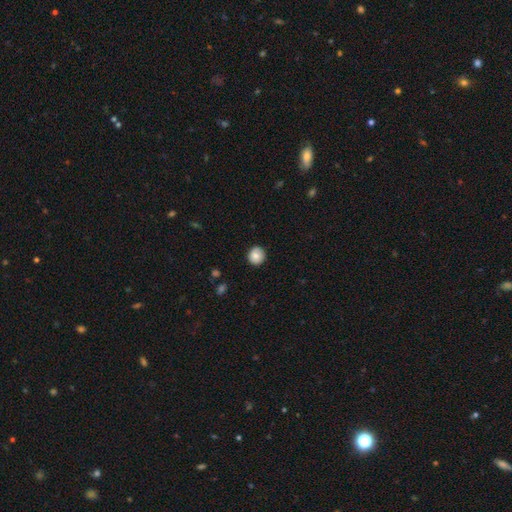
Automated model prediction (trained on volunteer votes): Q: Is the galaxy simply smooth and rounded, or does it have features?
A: smooth — 79%.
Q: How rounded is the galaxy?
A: round — 92%.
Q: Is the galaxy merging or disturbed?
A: none — 88%.